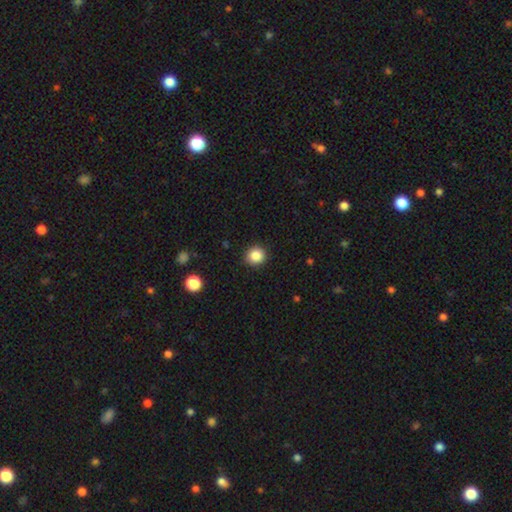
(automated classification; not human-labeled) A smooth galaxy with no disk features (86%) that is round (91%).

Vote fractions:
- Smooth or featured? smooth: 86% / star or artifact: 10% / featured or disk: 4%
- How rounded? round: 91% / in between: 8% / cigar-shaped: 1%
- Merging? none: 91% / minor disturbance: 6% / major disturbance: 2% / merger: 1%